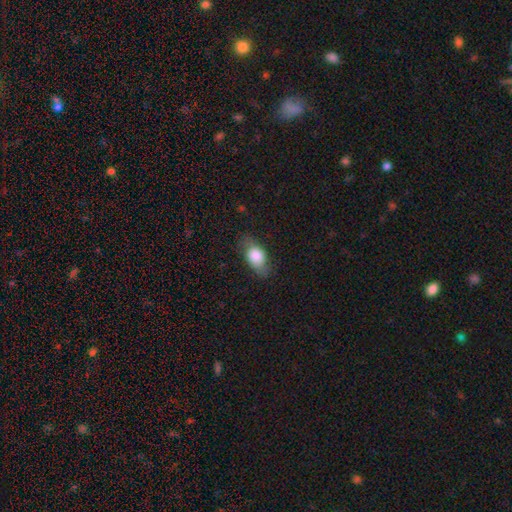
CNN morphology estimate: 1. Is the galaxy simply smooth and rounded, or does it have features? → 78% smooth, 15% featured or disk, 7% star or artifact.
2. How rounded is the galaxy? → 84% in between, 10% round, 6% cigar-shaped.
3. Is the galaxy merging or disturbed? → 72% none, 20% minor disturbance, 7% major disturbance, 1% merger.